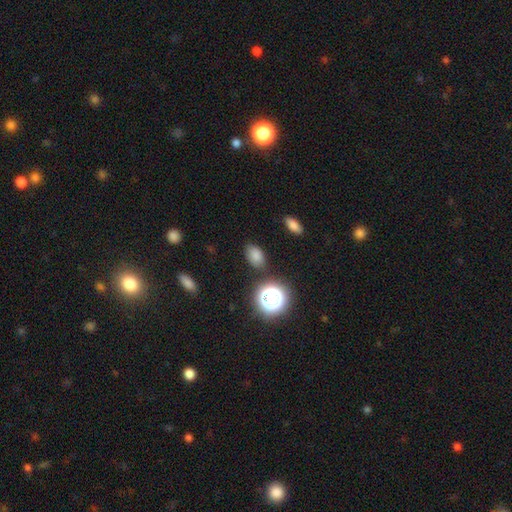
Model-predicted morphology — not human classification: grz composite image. It shows a smooth galaxy with no disk features (77%) that is in between round and cigar-shaped (79%). Merging: none (78%).